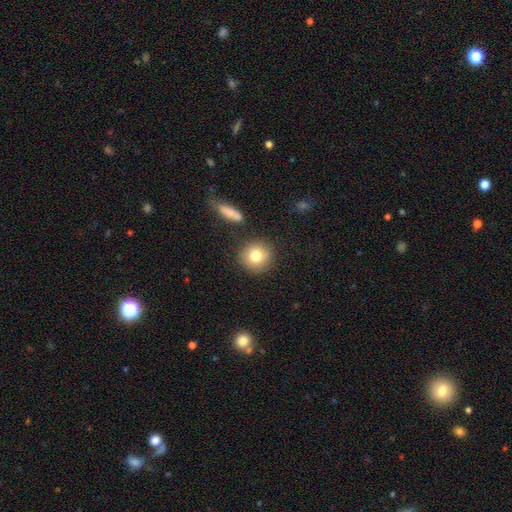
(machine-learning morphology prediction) Smooth or featured? smooth (79%)
How rounded? round (91%)
Merging? none (84%)